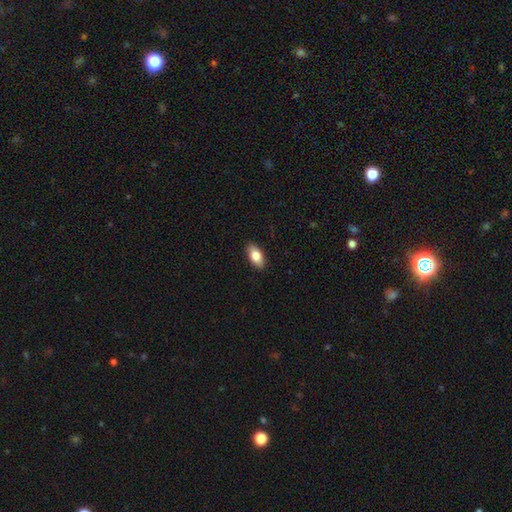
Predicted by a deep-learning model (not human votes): Smooth or featured?
  - smooth: 80% *
  - featured or disk: 14%
  - star or artifact: 6%
How rounded?
  - in between: 90% *
  - cigar-shaped: 7%
  - round: 3%
Merging?
  - none: 89% *
  - minor disturbance: 8%
  - major disturbance: 2%
  - merger: 1%